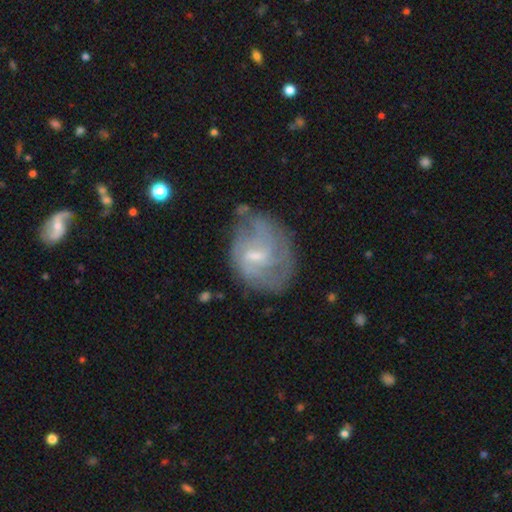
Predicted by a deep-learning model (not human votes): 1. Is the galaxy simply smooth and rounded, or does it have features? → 66% featured or disk, 26% smooth, 8% star or artifact.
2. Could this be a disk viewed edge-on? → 97% no, 3% yes.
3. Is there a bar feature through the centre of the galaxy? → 60% weak, 28% no, 12% strong.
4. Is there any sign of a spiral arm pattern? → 70% yes, 30% no.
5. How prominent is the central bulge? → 53% small, 31% moderate, 13% none, 2% large, 1% dominant.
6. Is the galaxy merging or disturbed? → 52% none, 28% minor disturbance, 17% major disturbance, 3% merger.